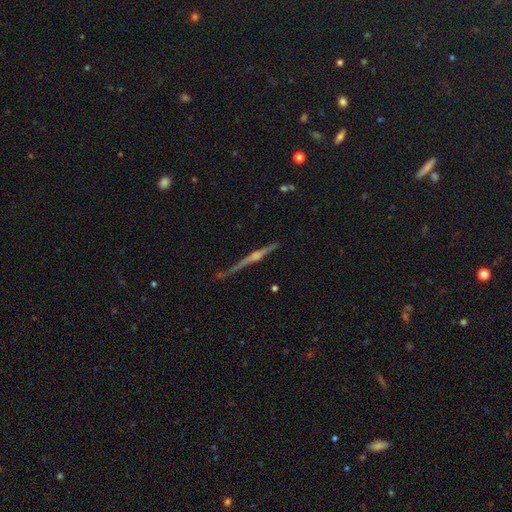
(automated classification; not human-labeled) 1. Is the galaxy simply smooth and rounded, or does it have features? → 74% featured or disk, 14% smooth, 12% star or artifact.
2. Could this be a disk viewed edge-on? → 96% yes, 4% no.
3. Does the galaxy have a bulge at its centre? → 76% rounded, 15% none, 9% boxy.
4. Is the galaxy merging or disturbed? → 83% none, 11% minor disturbance, 3% major disturbance, 3% merger.